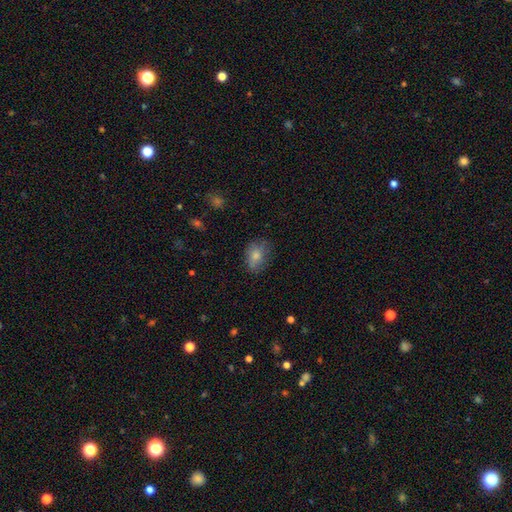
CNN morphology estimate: This is likely a smooth galaxy (78%). How rounded: likely in between (73%). Merging: likely none (69%).